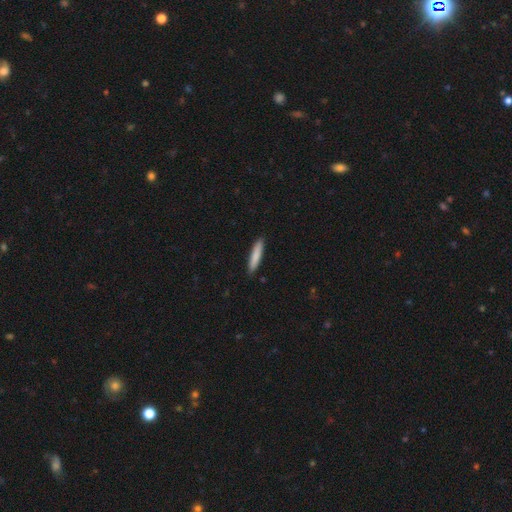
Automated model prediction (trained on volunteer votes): smooth-or-featured: smooth: 83% | featured or disk: 12% | star or artifact: 6%
  how-rounded: cigar-shaped: 89% | in between: 9% | round: 1%
  merging: none: 90% | minor disturbance: 8% | major disturbance: 1% | merger: 1%